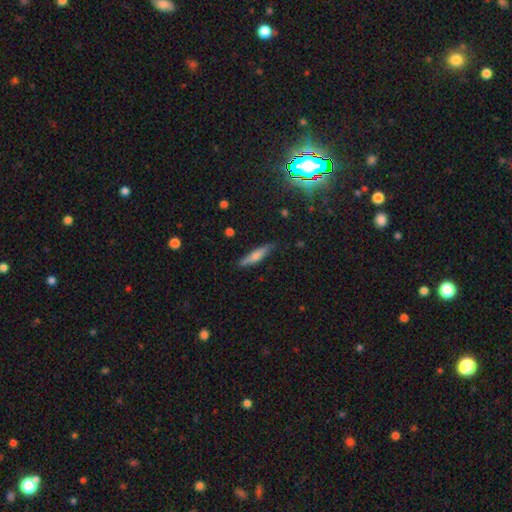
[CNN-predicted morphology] Smooth or featured?
  - smooth: 66% *
  - featured or disk: 27%
  - star or artifact: 7%
How rounded?
  - cigar-shaped: 82% *
  - in between: 17%
  - round: 2%
Merging?
  - none: 80% *
  - minor disturbance: 15%
  - major disturbance: 3%
  - merger: 2%